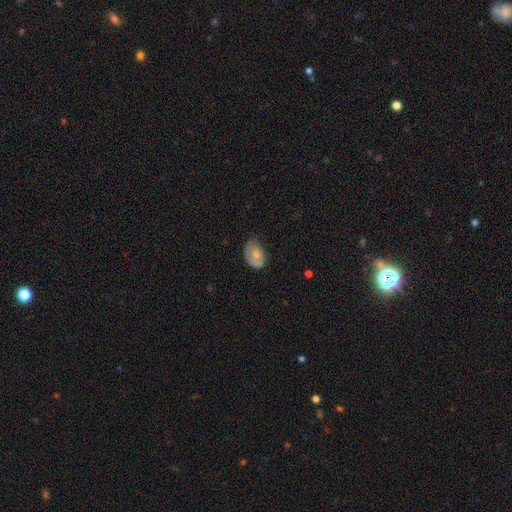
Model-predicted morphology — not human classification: Overall: smooth (60%; featured or disk 33%). How rounded: in between (79%). Merging: none (55%; minor disturbance 30%).